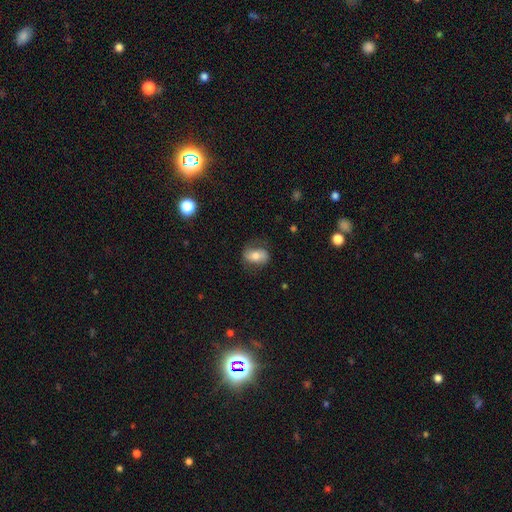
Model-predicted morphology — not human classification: A smooth galaxy with no disk features (62%) that is in between round and cigar-shaped (82%). Merging: none (69%).